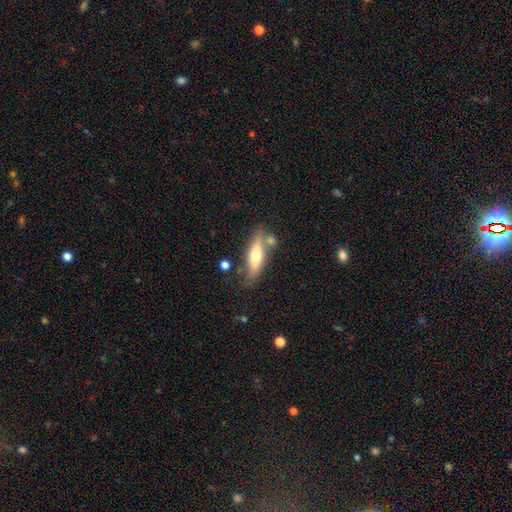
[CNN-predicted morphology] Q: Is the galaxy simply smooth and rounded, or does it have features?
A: smooth — 59%.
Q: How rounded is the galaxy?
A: cigar-shaped — 50%.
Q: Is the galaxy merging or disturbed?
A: none — 67%.